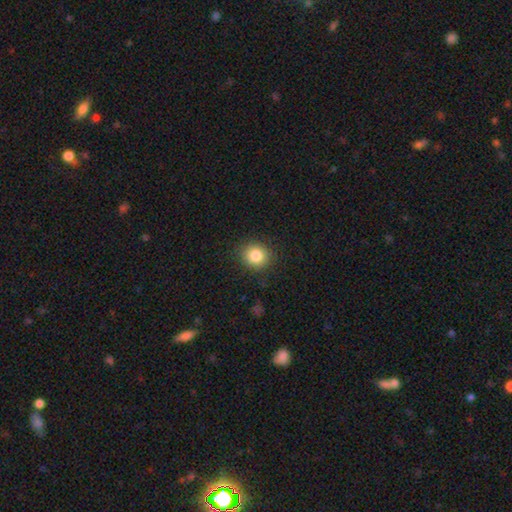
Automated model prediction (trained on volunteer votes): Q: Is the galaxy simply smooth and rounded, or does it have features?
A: smooth — 83%.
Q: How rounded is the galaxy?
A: round — 83%.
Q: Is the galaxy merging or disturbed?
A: none — 89%.